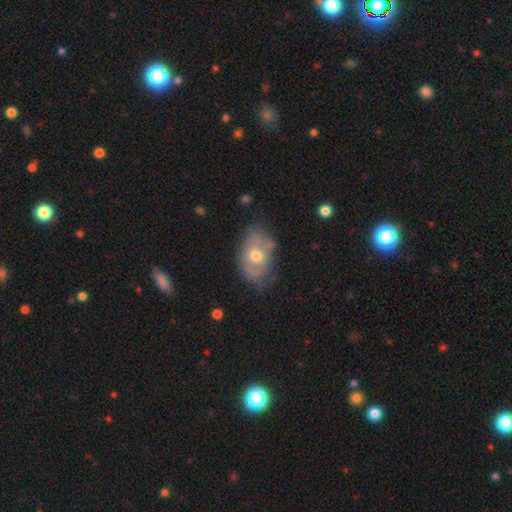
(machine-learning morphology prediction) Smooth or featured? Predicted: featured or disk (p=0.51). Edge-on disk? Predicted: no (p=0.91). Merging? Predicted: none (p=0.62).